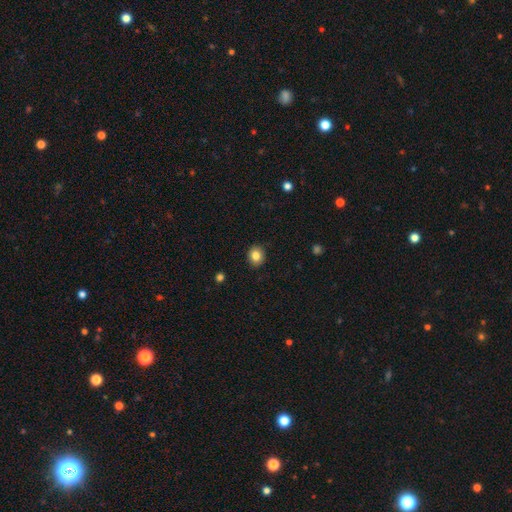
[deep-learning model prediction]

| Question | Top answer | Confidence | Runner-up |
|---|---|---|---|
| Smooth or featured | smooth | 84% | star or artifact (10%) |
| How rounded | round | 67% | in between (32%) |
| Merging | none | 90% | minor disturbance (7%) |